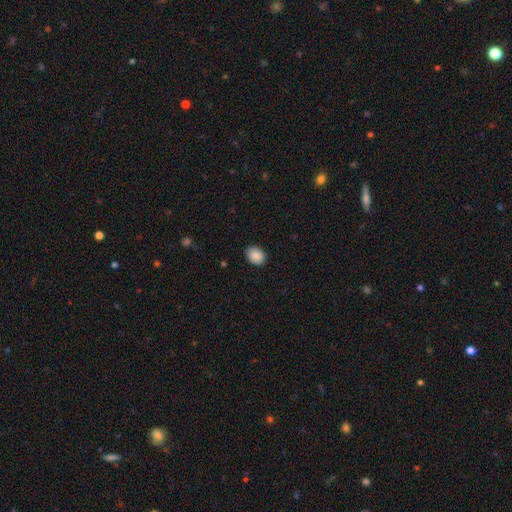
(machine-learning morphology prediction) This is clearly a smooth galaxy (89%). How rounded: likely in between (68%). Merging: clearly none (86%).